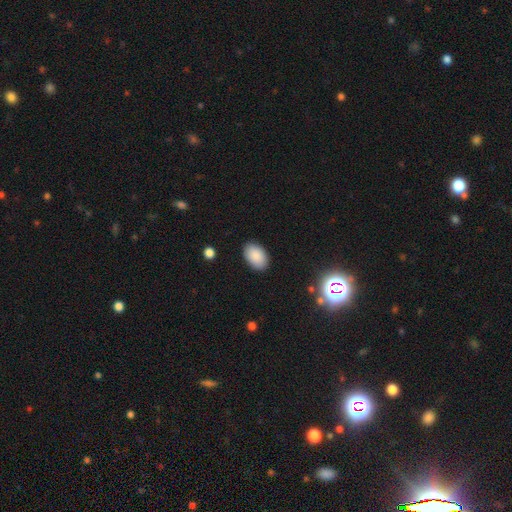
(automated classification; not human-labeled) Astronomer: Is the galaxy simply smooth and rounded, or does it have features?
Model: smooth — 88%.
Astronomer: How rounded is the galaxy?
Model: in between — 91%.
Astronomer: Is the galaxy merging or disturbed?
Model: none — 88%.